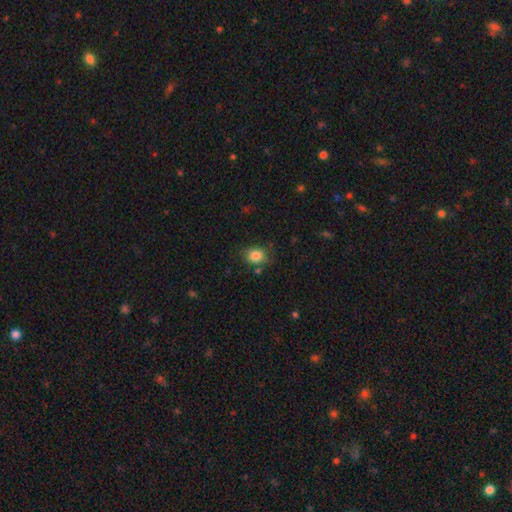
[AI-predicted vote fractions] A smooth galaxy with no disk features (83%) that is round (58%).

Vote fractions:
- Smooth or featured? smooth: 83% / star or artifact: 10% / featured or disk: 6%
- How rounded? round: 58% / in between: 41% / cigar-shaped: 1%
- Merging? none: 75% / minor disturbance: 16% / merger: 5% / major disturbance: 4%